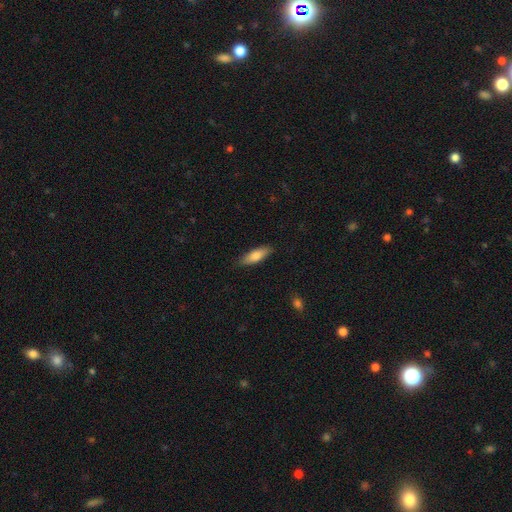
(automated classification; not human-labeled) The model was most divided on "how rounded": in between: 53%, cigar-shaped: 45%, round: 2%. More confident: merging — none (86%); smooth or featured — smooth (75%).